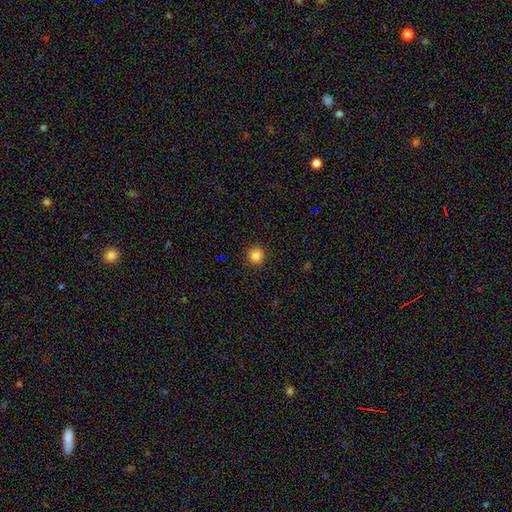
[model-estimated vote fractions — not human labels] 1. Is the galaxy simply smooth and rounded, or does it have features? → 85% smooth, 11% star or artifact, 4% featured or disk.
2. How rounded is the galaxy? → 94% round, 5% in between, 1% cigar-shaped.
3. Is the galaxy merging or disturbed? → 92% none, 5% minor disturbance, 2% major disturbance, 1% merger.